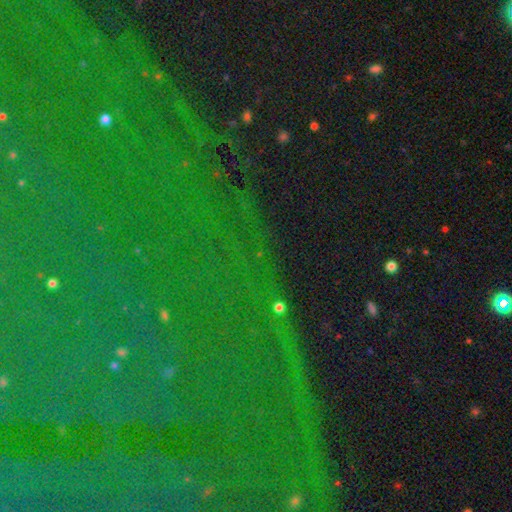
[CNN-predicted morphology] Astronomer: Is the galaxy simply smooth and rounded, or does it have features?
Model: star or artifact — 85%.